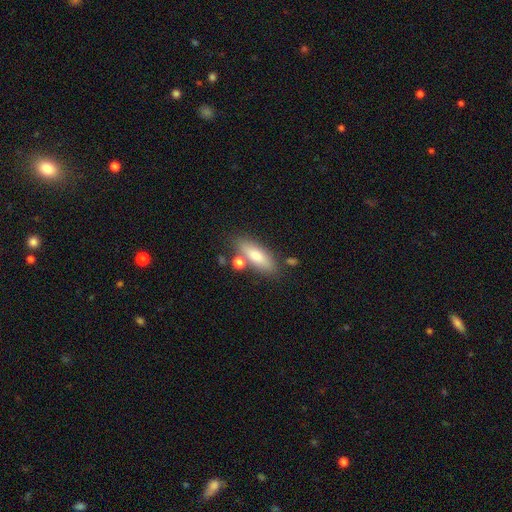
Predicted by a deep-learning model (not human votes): This is likely a smooth galaxy (75%). How rounded: possibly in between (59%). Merging: likely none (72%).